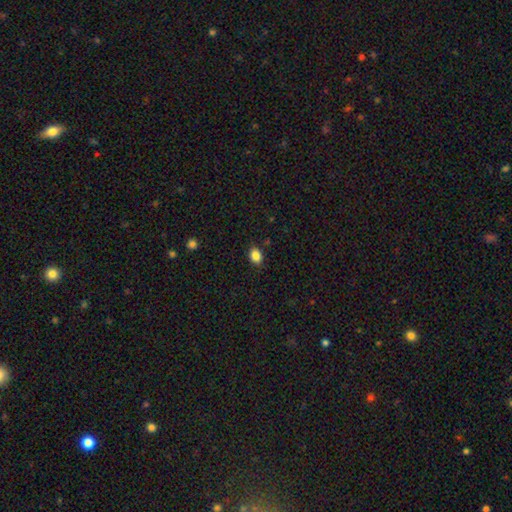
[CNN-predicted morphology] smooth 86%, star or artifact 10%, featured or disk 5%. Down the decision tree: how rounded — in between (71%); merging — none (86%).